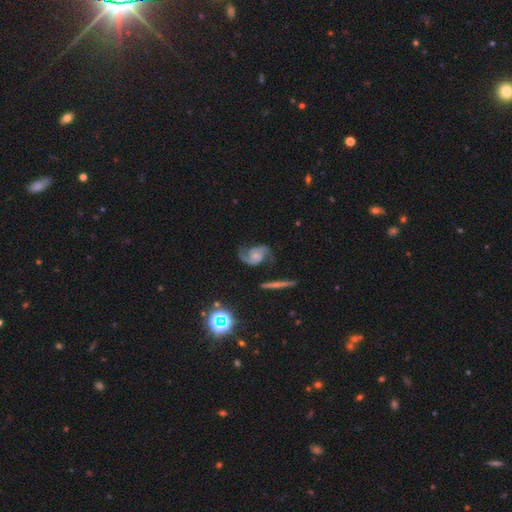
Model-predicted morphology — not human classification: smooth_or_featured: featured or disk (p=0.86) [alt: smooth p=0.07]
disk_edge_on: no (p=0.97) [alt: yes p=0.03]
bar: no (p=0.68) [alt: weak p=0.25]
has_spiral_arms: yes (p=0.97) [alt: no p=0.03]
spiral_winding: medium (p=0.48) [alt: loose p=0.38]
spiral_arm_count: 2 (p=0.92) [alt: 1 p=0.03]
bulge_size: small (p=0.47) [alt: moderate p=0.25]
merging: none (p=0.68) [alt: minor disturbance p=0.18]